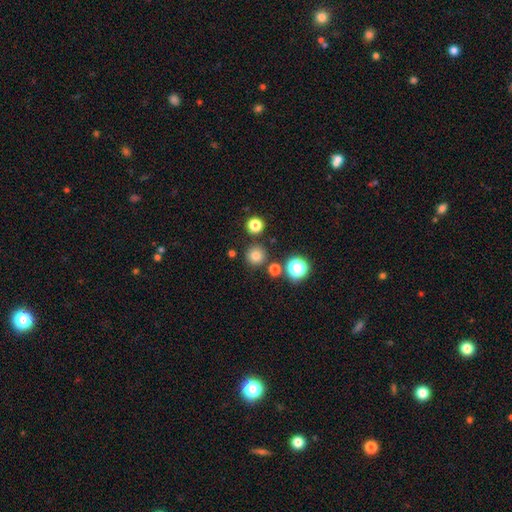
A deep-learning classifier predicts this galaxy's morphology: Smooth or featured: smooth — 76% (star or artifact — 18%)
How rounded: round — 95% (in between — 4%)
Merging: none — 85% (minor disturbance — 7%)